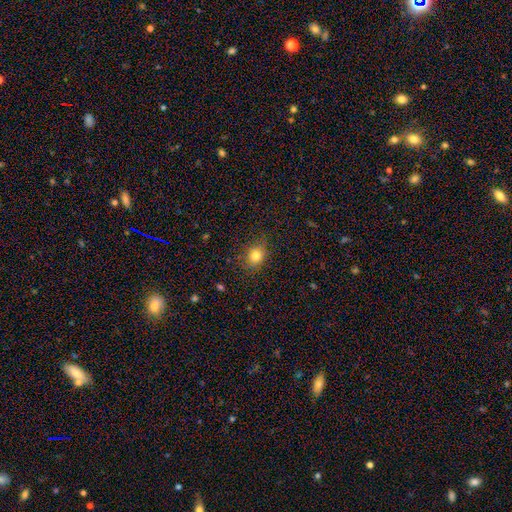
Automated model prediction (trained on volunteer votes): A smooth galaxy with no disk features (80%) that is round (62%).

Vote fractions:
- Smooth or featured? smooth: 80% / star or artifact: 13% / featured or disk: 7%
- How rounded? round: 62% / in between: 37% / cigar-shaped: 1%
- Merging? none: 81% / minor disturbance: 13% / major disturbance: 4% / merger: 1%